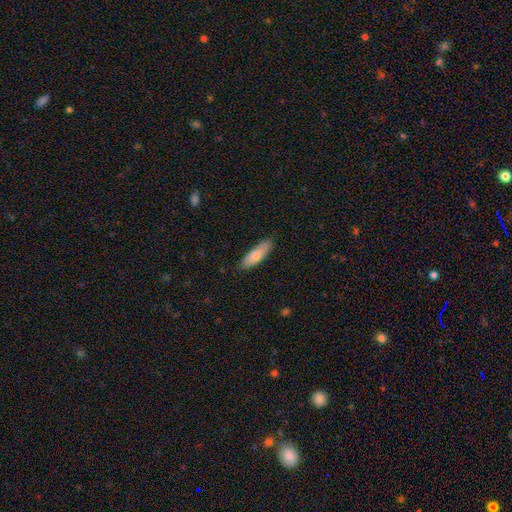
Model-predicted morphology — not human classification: A smooth galaxy with no disk features (78%) that is in between round and cigar-shaped (55%). Merging: none (80%).